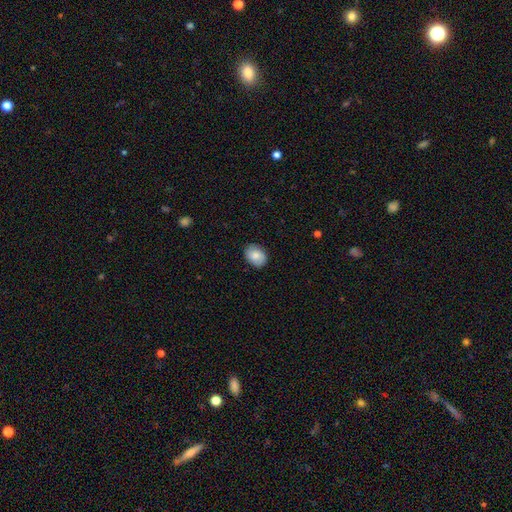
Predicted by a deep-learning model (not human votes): smooth_or_featured: smooth (p=0.74) [alt: featured or disk p=0.18]
how_rounded: in between (p=0.67) [alt: round p=0.33]
merging: none (p=0.84) [alt: minor disturbance p=0.12]